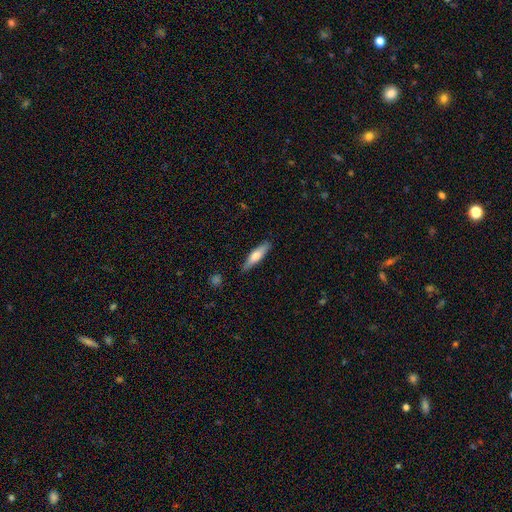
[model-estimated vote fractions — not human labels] This appears to be a smooth galaxy with no disk features (61%) that is cigar-shaped (70%). Merging: none (85%).